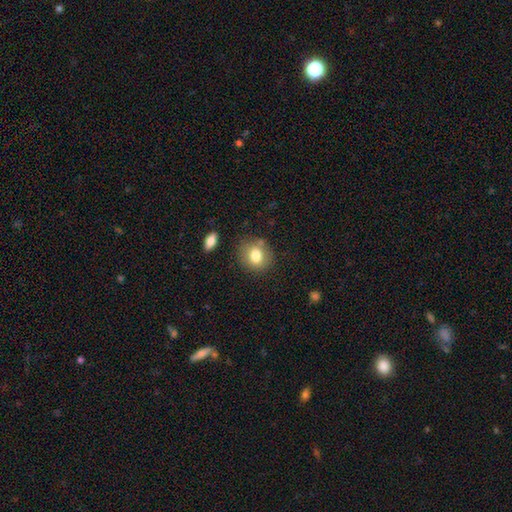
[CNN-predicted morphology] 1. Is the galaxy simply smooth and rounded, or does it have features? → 79% smooth, 12% featured or disk, 9% star or artifact.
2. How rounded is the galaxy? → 64% round, 35% in between, 1% cigar-shaped.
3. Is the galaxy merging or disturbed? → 76% none, 15% minor disturbance, 5% merger, 4% major disturbance.